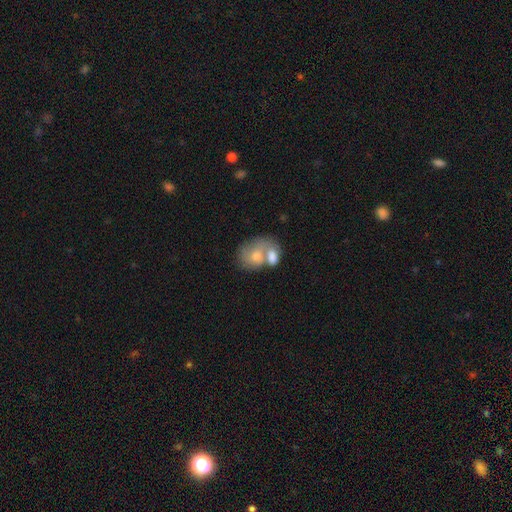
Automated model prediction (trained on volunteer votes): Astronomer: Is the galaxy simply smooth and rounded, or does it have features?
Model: smooth — 65%.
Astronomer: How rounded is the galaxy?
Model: in between — 63%.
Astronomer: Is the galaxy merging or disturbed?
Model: merger — 61%.